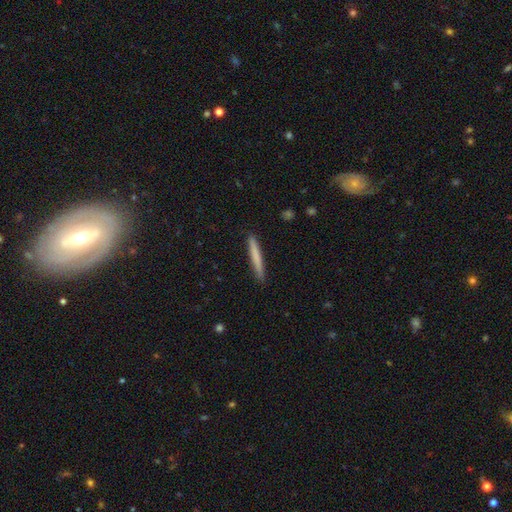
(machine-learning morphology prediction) Q: Smooth or featured?
A: smooth (72%); runner-up: featured or disk (23%)
Q: How rounded?
A: cigar-shaped (97%); runner-up: in between (2%)
Q: Merging?
A: none (91%); runner-up: minor disturbance (7%)